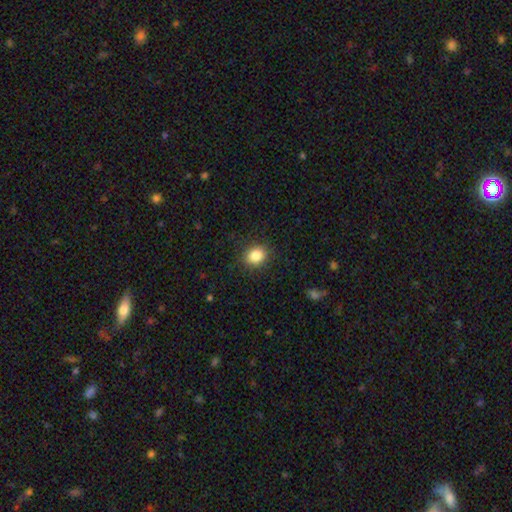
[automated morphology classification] Q: Smooth or featured?
A: smooth (86%); runner-up: star or artifact (9%)
Q: How rounded?
A: round (59%); runner-up: in between (40%)
Q: Merging?
A: none (88%); runner-up: minor disturbance (8%)